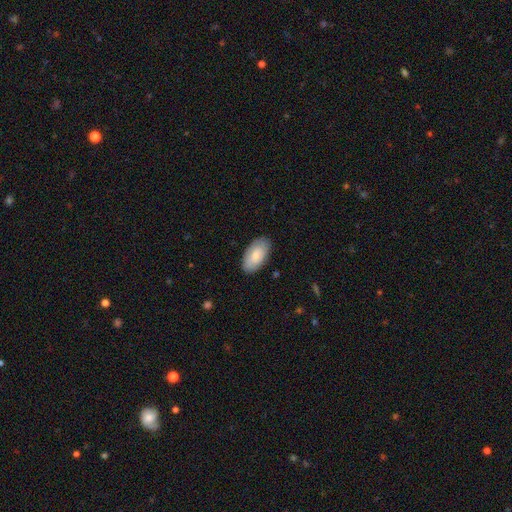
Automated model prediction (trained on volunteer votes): The model was most divided on "smooth or featured": smooth: 75%, featured or disk: 20%, star or artifact: 6%. More confident: how rounded — in between (95%); merging — none (84%).